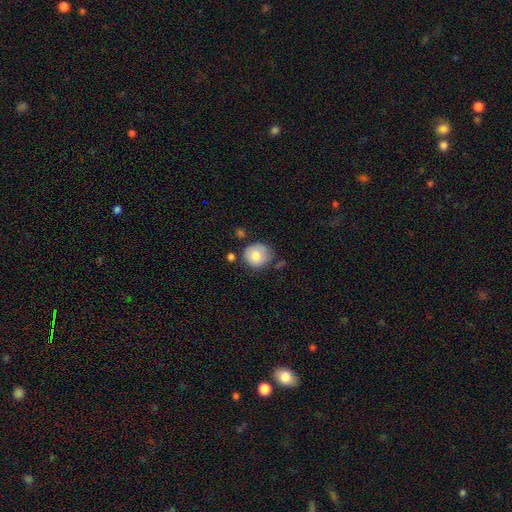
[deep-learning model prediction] This is likely a smooth galaxy (79%). How rounded: clearly round (85%). Merging: likely none (66%).